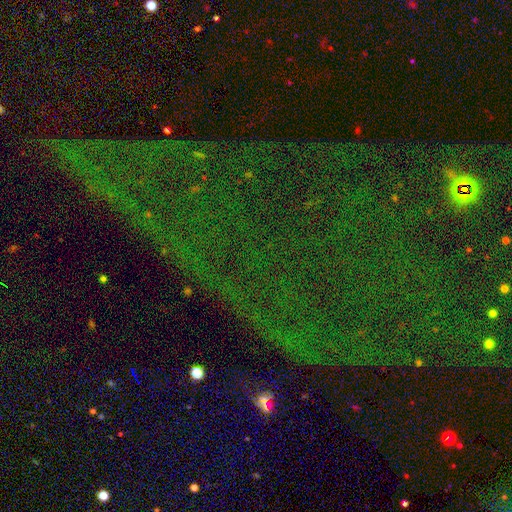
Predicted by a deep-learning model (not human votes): Smooth or featured? star or artifact (82%)